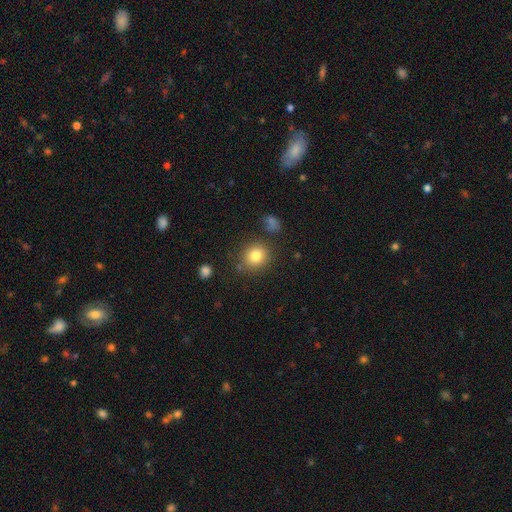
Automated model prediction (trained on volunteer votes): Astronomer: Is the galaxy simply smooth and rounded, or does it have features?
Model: smooth — 81%.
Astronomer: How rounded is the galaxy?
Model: round — 85%.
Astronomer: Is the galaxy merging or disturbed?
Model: none — 82%.